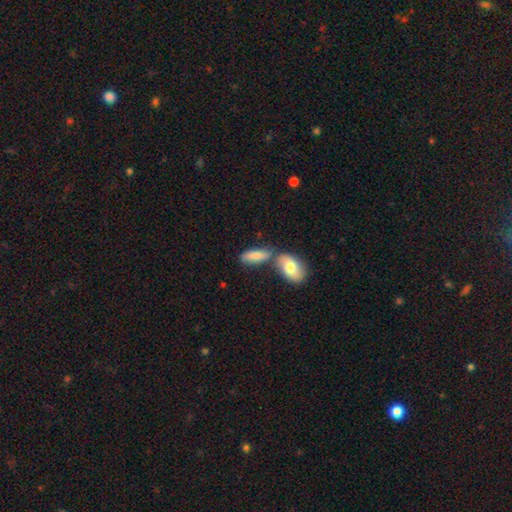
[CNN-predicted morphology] Smooth or featured: smooth — 78% (featured or disk — 15%)
How rounded: in between — 71% (cigar-shaped — 25%)
Merging: none — 49% (merger — 36%)